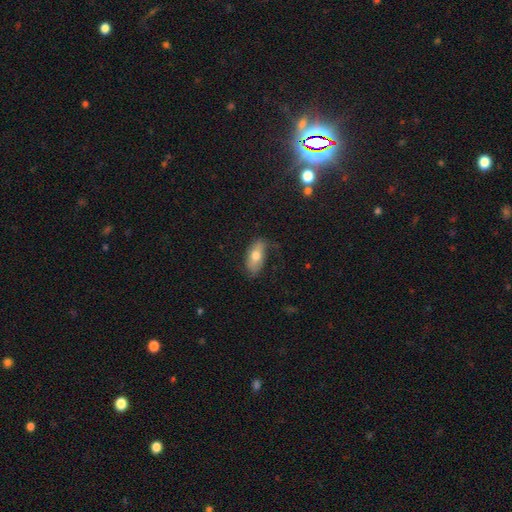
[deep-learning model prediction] Q: Smooth or featured?
A: smooth (70%); runner-up: featured or disk (23%)
Q: How rounded?
A: in between (87%); runner-up: cigar-shaped (9%)
Q: Merging?
A: none (66%); runner-up: minor disturbance (24%)